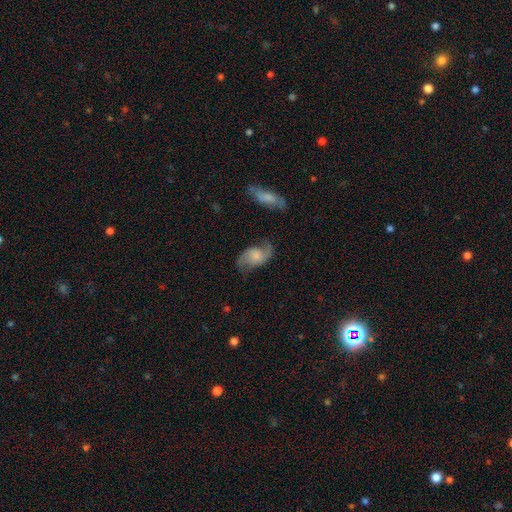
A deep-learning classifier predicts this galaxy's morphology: A featured or disk galaxy (73%) with no bar (63%), 2 (86%) loose (55%) spiral arms (94%) and a small central bulge (37%).

Vote fractions:
- Smooth or featured? featured or disk: 73% / smooth: 20% / star or artifact: 7%
- Edge-on disk? no: 97% / yes: 3%
- Bar? no: 63% / weak: 31% / strong: 5%
- Spiral arms? yes: 94% / no: 6%
- Spiral winding? loose: 55% / medium: 35% / tight: 10%
- Spiral arm count? 2: 86% / 1: 8% / can't tell: 4% / 3: 1% / 4: 1% / more than 4: 1%
- Bulge size? small: 37% / moderate: 29% / none: 21% / large: 10% / dominant: 2%
- Merging? none: 62% / minor disturbance: 22% / major disturbance: 13% / merger: 3%